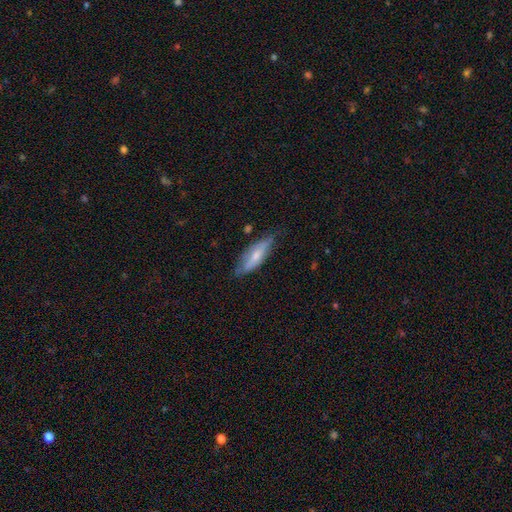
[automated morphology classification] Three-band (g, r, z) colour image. It shows a smooth galaxy with no disk features (55%) that is in between round and cigar-shaped (49%, tied with cigar-shaped). Merging: none (66%).